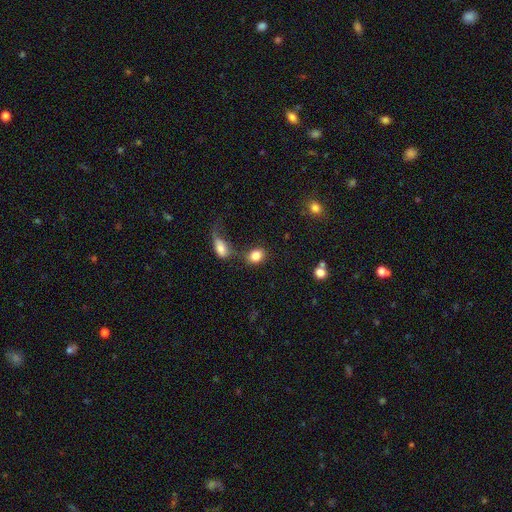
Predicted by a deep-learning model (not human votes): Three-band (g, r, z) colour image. It shows a smooth galaxy with no disk features (84%) that is in between round and cigar-shaped (63%). Merging: none (53%).